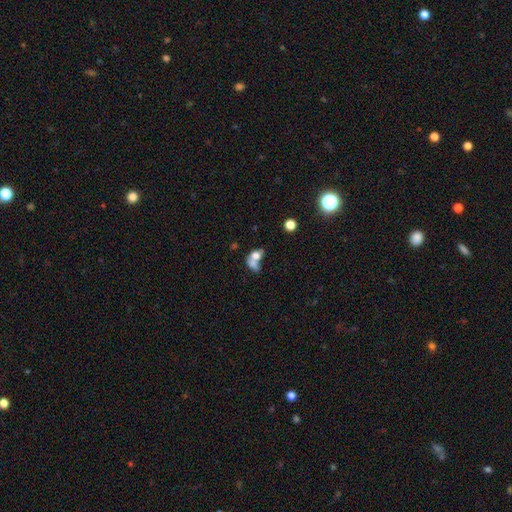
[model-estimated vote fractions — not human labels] Smooth or featured? smooth (64%)
How rounded? in between (63%)
Merging? merger (63%)